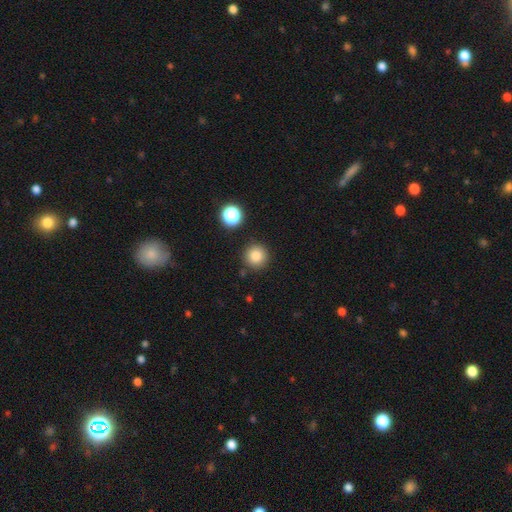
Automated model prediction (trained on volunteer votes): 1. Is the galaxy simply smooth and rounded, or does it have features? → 83% smooth, 12% star or artifact, 6% featured or disk.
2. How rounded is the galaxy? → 94% round, 5% in between, 1% cigar-shaped.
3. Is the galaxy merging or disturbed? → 87% none, 7% minor disturbance, 3% merger, 3% major disturbance.